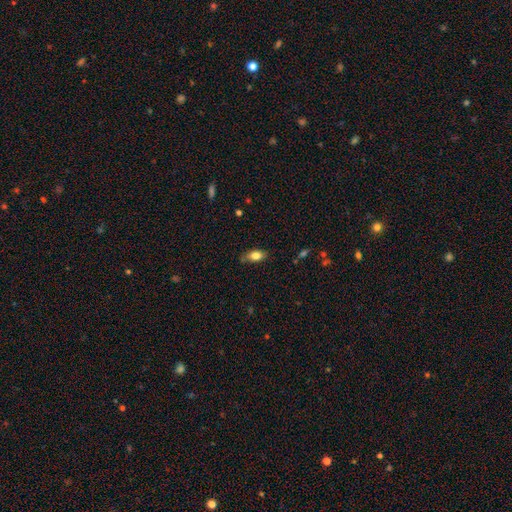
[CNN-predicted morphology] Smooth or featured: smooth — 79% (featured or disk — 13%)
How rounded: in between — 86% (cigar-shaped — 8%)
Merging: none — 72% (minor disturbance — 21%)